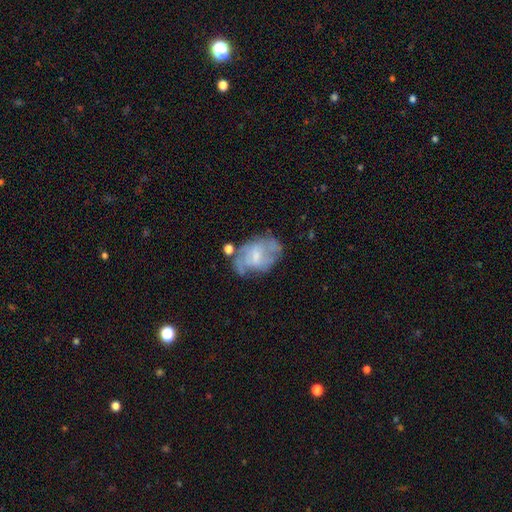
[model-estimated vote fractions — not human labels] smooth_or_featured: featured or disk (p=0.62) [alt: smooth p=0.29]
disk_edge_on: no (p=0.96) [alt: yes p=0.04]
bar: weak (p=0.48) [alt: no p=0.40]
has_spiral_arms: yes (p=0.64) [alt: no p=0.36]
bulge_size: small (p=0.44) [alt: moderate p=0.31]
merging: none (p=0.44) [alt: minor disturbance p=0.27]